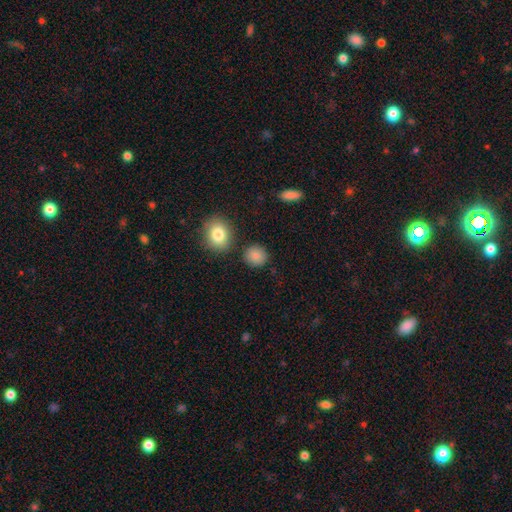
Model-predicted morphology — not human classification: A smooth galaxy with no disk features (85%) that is round (89%).

Vote fractions:
- Smooth or featured? smooth: 85% / star or artifact: 9% / featured or disk: 6%
- How rounded? round: 89% / in between: 10% / cigar-shaped: 1%
- Merging? none: 86% / minor disturbance: 7% / merger: 4% / major disturbance: 2%